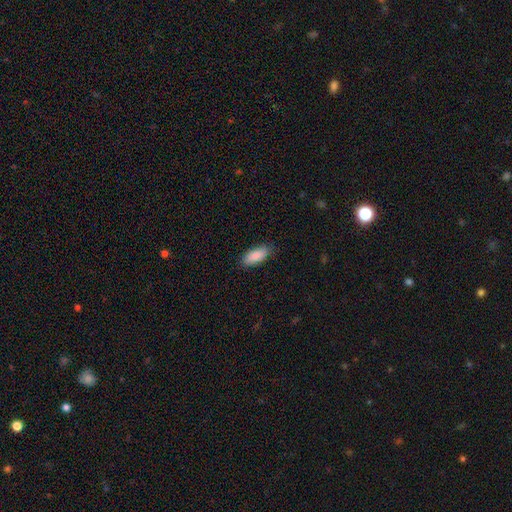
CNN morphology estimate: A smooth galaxy with no disk features (89%) that is in between round and cigar-shaped (84%). Merging: none (85%).